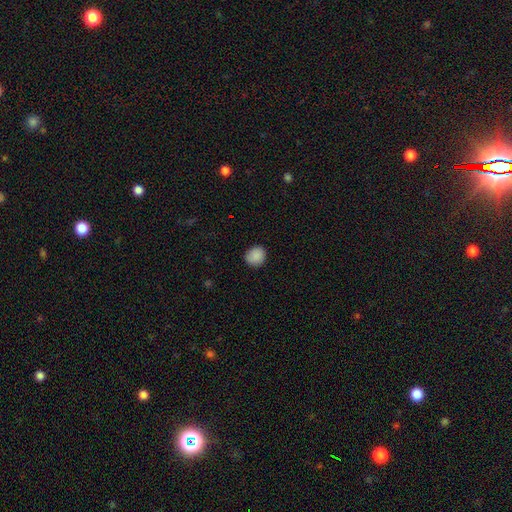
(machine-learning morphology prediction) Smooth or featured: smooth — 89% (star or artifact — 8%)
How rounded: round — 79% (in between — 20%)
Merging: none — 88% (minor disturbance — 9%)